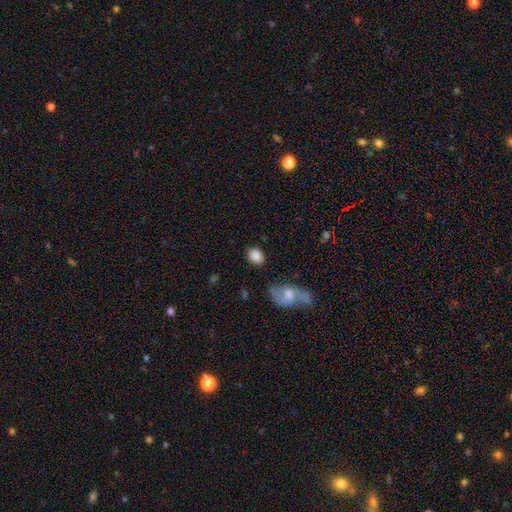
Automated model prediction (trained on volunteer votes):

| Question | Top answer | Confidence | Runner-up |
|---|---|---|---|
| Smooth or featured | smooth | 85% | star or artifact (8%) |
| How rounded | in between | 66% | round (33%) |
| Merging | none | 77% | minor disturbance (15%) |